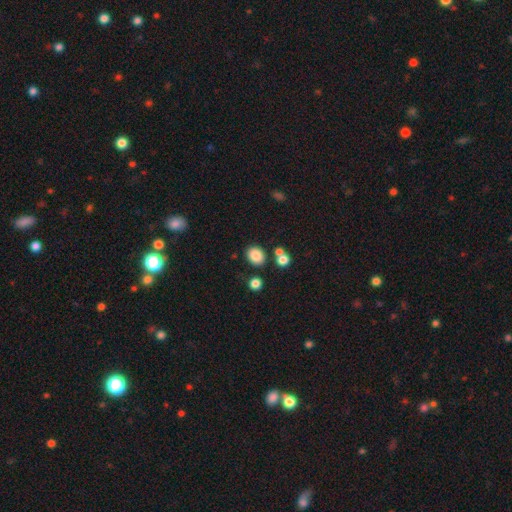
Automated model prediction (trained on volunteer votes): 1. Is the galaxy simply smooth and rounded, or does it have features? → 84% smooth, 10% star or artifact, 6% featured or disk.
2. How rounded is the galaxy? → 52% in between, 47% round, 1% cigar-shaped.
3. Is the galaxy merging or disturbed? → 78% none, 10% minor disturbance, 9% merger, 3% major disturbance.